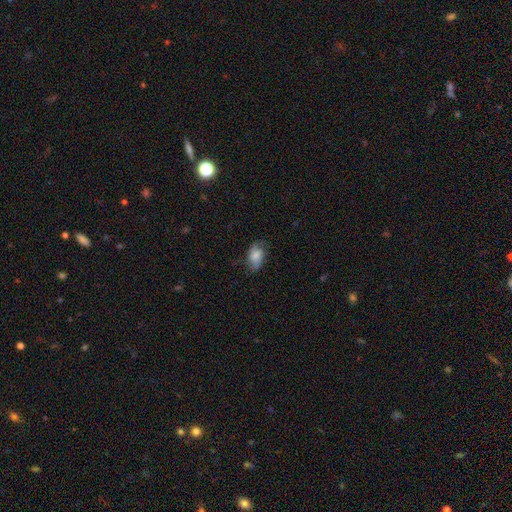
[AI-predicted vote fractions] smooth 63%, featured or disk 28%, star or artifact 9%. Down the decision tree: how rounded — in between (88%); merging — none (60%).